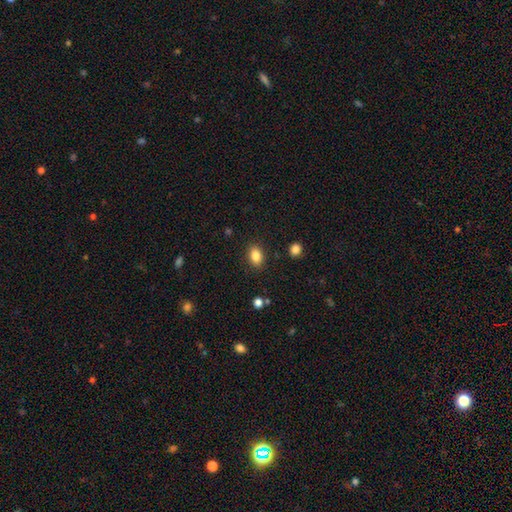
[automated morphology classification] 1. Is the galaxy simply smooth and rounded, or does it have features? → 86% smooth, 9% star or artifact, 5% featured or disk.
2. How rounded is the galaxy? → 82% in between, 16% round, 2% cigar-shaped.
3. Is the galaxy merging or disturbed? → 87% none, 9% minor disturbance, 3% major disturbance, 2% merger.